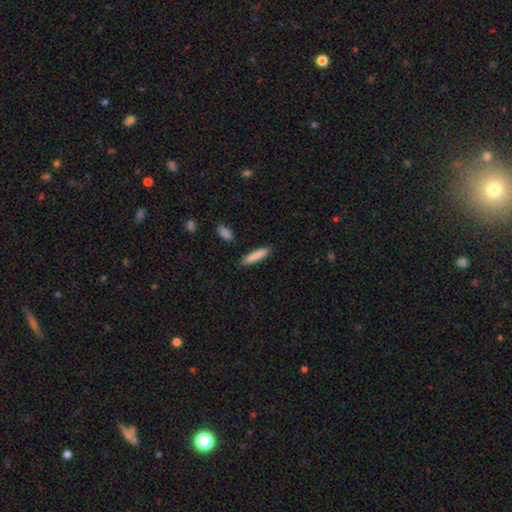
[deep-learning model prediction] Smooth or featured?
  - smooth: 85% *
  - featured or disk: 9%
  - star or artifact: 6%
How rounded?
  - cigar-shaped: 85% *
  - in between: 13%
  - round: 1%
Merging?
  - none: 88% *
  - minor disturbance: 8%
  - merger: 2%
  - major disturbance: 2%